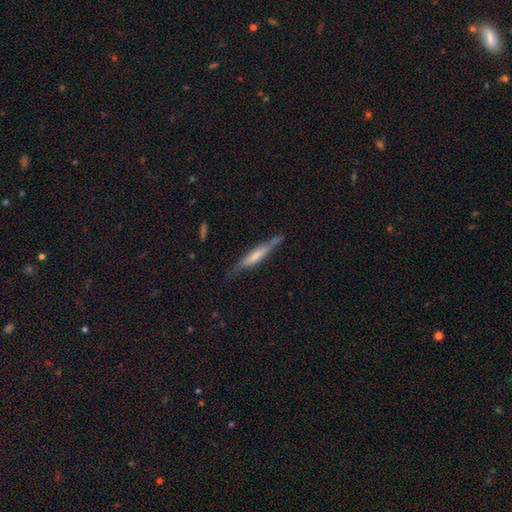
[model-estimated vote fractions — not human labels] The model was most divided on "smooth or featured" (2-way tie): smooth: 47%, featured or disk: 47%, star or artifact: 6%. More confident: merging — none (74%).